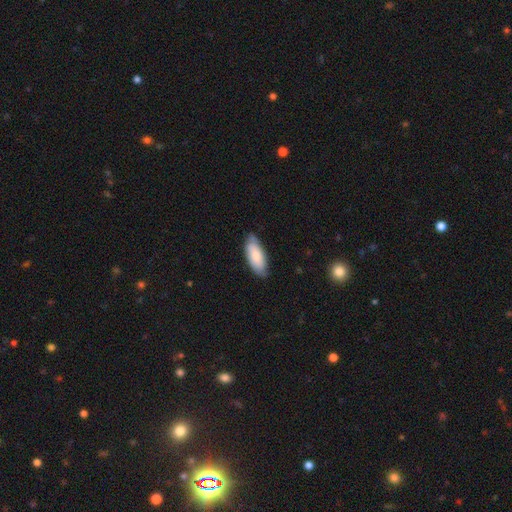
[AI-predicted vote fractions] Smooth or featured?
  - smooth: 77% *
  - featured or disk: 17%
  - star or artifact: 6%
How rounded?
  - in between: 83% *
  - cigar-shaped: 15%
  - round: 2%
Merging?
  - none: 78% *
  - minor disturbance: 18%
  - major disturbance: 3%
  - merger: 1%